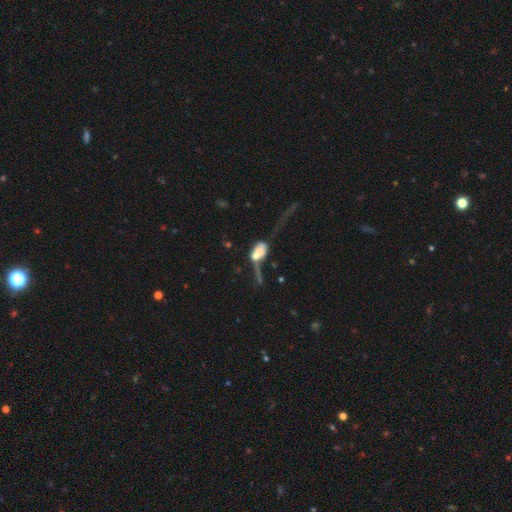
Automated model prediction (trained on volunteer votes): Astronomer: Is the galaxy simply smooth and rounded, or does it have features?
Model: smooth — 48% (runner-up: featured or disk, 40%).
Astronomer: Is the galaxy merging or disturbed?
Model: merger — 53%.